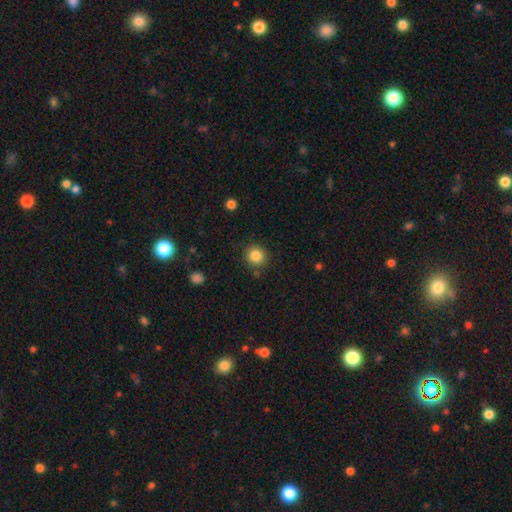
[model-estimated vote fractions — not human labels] Smooth or featured?
  - smooth: 85% *
  - star or artifact: 10%
  - featured or disk: 5%
How rounded?
  - round: 91% *
  - in between: 8%
  - cigar-shaped: 1%
Merging?
  - none: 86% *
  - minor disturbance: 9%
  - merger: 3%
  - major disturbance: 3%